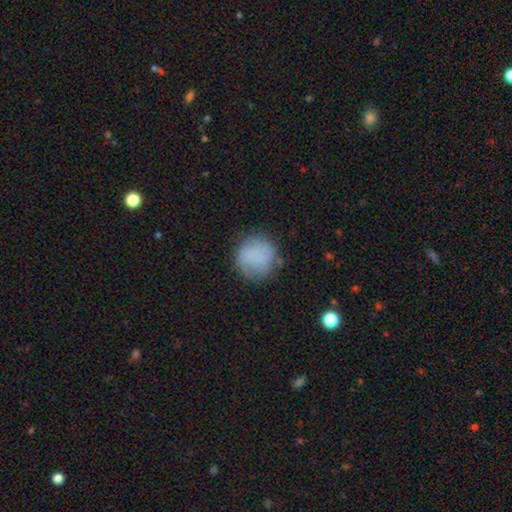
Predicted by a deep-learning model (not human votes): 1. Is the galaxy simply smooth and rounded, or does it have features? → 79% smooth, 12% featured or disk, 8% star or artifact.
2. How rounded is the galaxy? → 90% round, 9% in between, 1% cigar-shaped.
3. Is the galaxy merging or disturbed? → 71% none, 20% minor disturbance, 7% major disturbance, 2% merger.